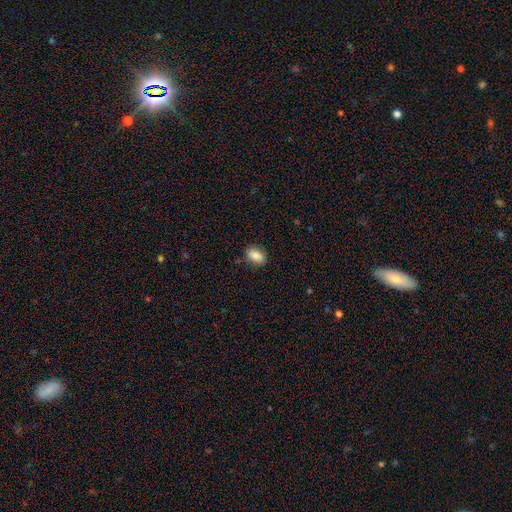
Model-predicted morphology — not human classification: A smooth galaxy with no disk features (86%) that is in between round and cigar-shaped (88%).

Vote fractions:
- Smooth or featured? smooth: 86% / star or artifact: 8% / featured or disk: 6%
- How rounded? in between: 88% / round: 10% / cigar-shaped: 2%
- Merging? none: 84% / minor disturbance: 12% / major disturbance: 3% / merger: 1%